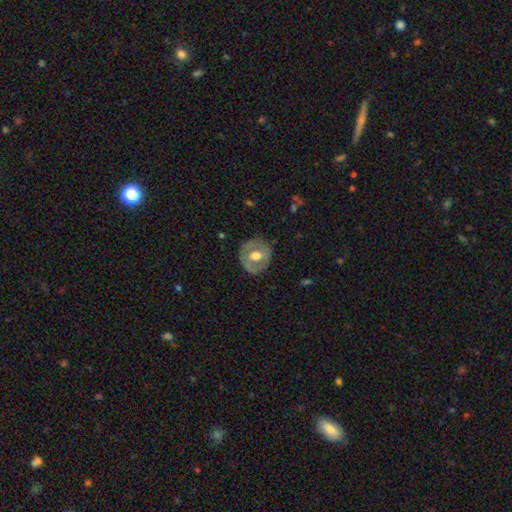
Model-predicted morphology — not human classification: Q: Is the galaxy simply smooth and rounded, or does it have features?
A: featured or disk — 55%.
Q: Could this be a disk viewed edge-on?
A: no — 95%.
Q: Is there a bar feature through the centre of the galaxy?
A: no — 64%.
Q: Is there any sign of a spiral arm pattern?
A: no — 77%.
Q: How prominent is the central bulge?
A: moderate — 70%.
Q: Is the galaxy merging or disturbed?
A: none — 80%.